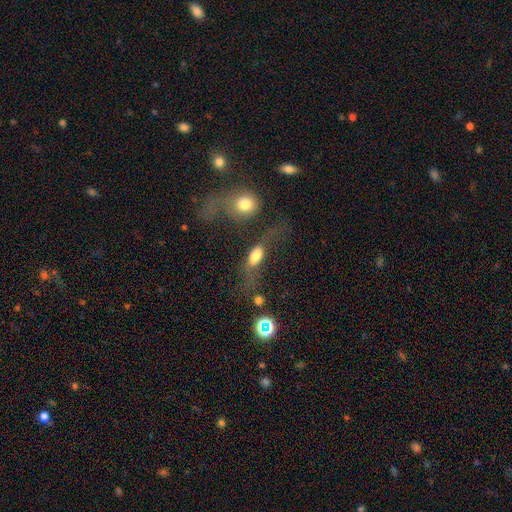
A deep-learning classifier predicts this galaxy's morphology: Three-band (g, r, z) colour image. It shows a smooth galaxy with no disk features (63%) that is in between round and cigar-shaped (74%). Merging: none (31%).